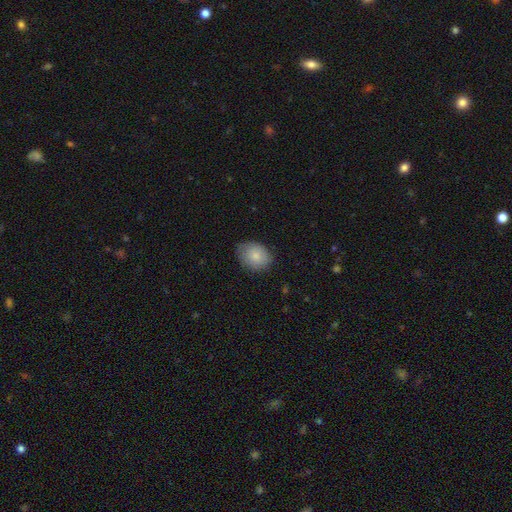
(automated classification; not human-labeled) The model was most divided on "how rounded": in between: 60%, round: 39%, cigar-shaped: 1%. More confident: smooth or featured — smooth (82%); merging — none (73%).